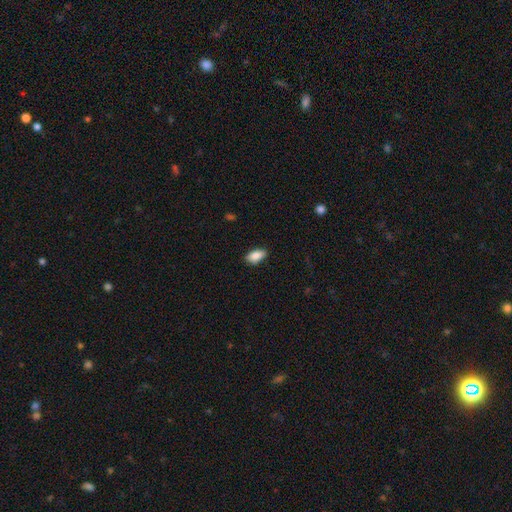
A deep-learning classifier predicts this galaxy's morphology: The model was most divided on "merging": none: 86%, minor disturbance: 11%, major disturbance: 2%, merger: 1%. More confident: how rounded — in between (92%); smooth or featured — smooth (89%).